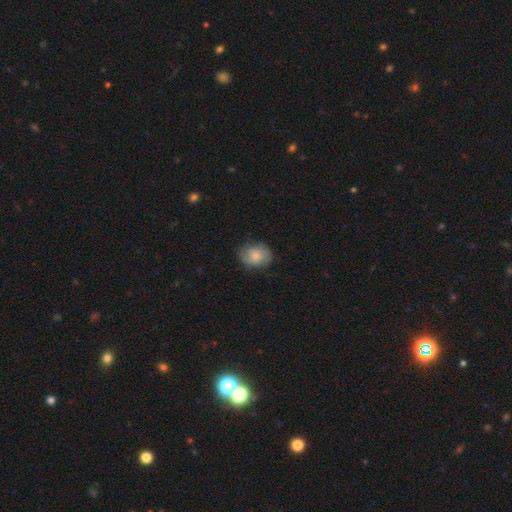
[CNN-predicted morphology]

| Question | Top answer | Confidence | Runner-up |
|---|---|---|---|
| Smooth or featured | smooth | 71% | featured or disk (22%) |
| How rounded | in between | 51% | round (48%) |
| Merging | none | 77% | minor disturbance (18%) |